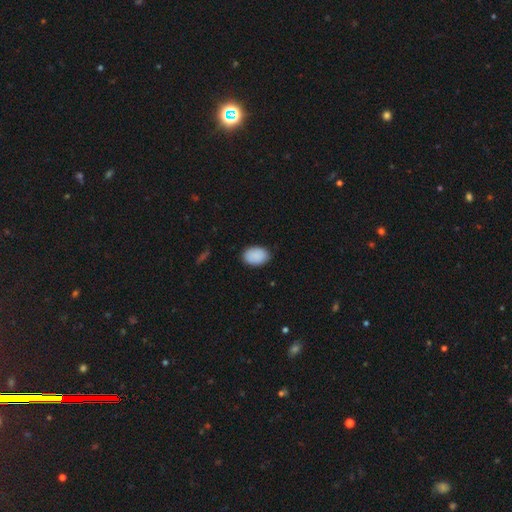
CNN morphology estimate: type=smooth (90%); roundness=in between (87%); merging=none (86%).